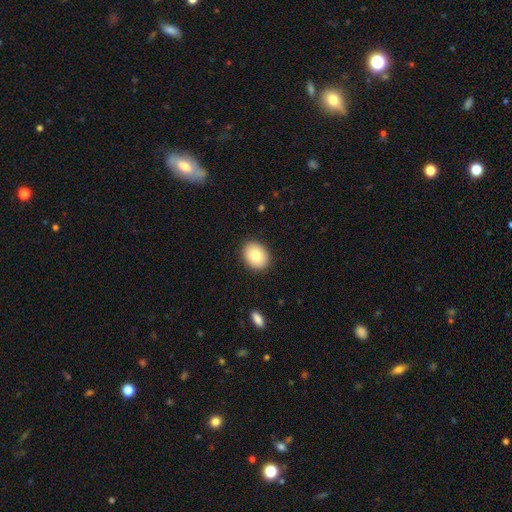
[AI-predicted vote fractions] Overall: smooth (81%). How rounded: in between (60%; round 39%). Merging: none (89%).